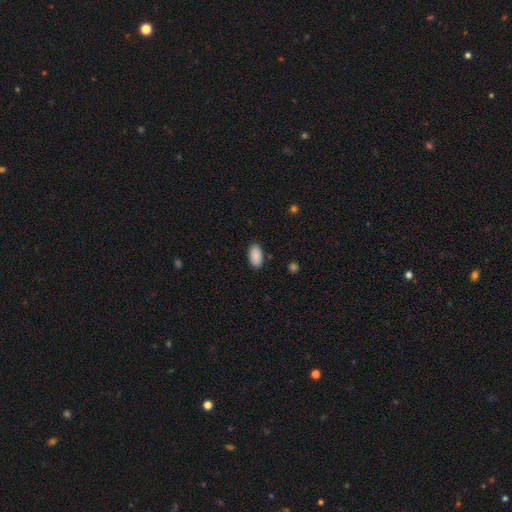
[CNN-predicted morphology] Smooth or featured? Predicted: smooth (p=0.90). How rounded? Predicted: in between (p=0.95). Merging? Predicted: none (p=0.87).